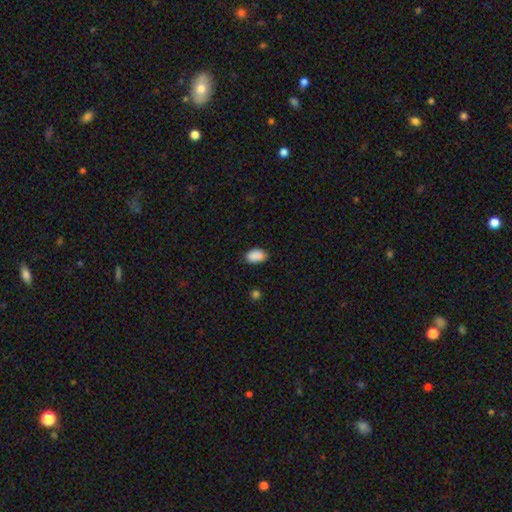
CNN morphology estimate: A smooth galaxy with no disk features (90%) that is in between round and cigar-shaped (93%). Merging: none (83%).